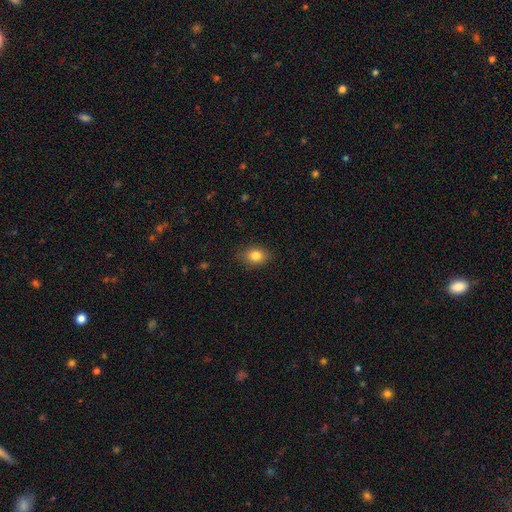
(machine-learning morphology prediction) This is clearly a smooth galaxy (83%). How rounded: likely in between (63%). Merging: clearly none (86%).